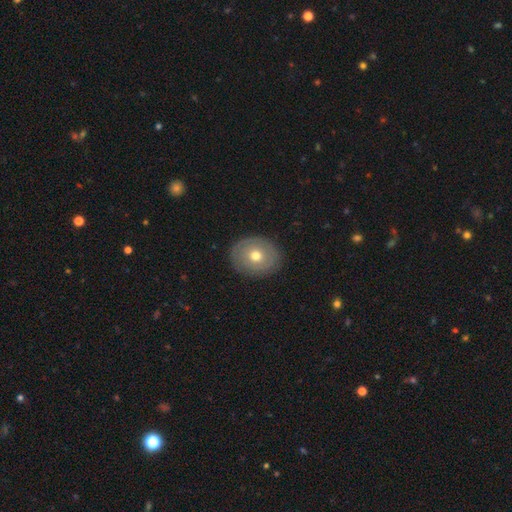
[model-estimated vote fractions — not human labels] smooth_or_featured: smooth (p=0.56) [alt: featured or disk p=0.36]
how_rounded: round (p=0.60) [alt: in between p=0.39]
merging: none (p=0.87) [alt: minor disturbance p=0.09]